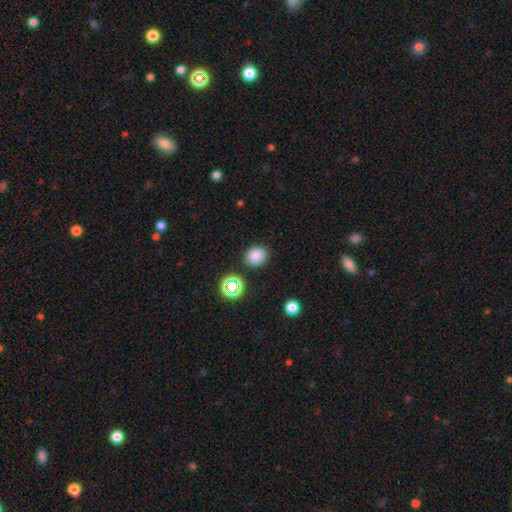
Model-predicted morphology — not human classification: smooth 82%, star or artifact 14%, featured or disk 5%. Down the decision tree: how rounded — round (59%); merging — none (85%).